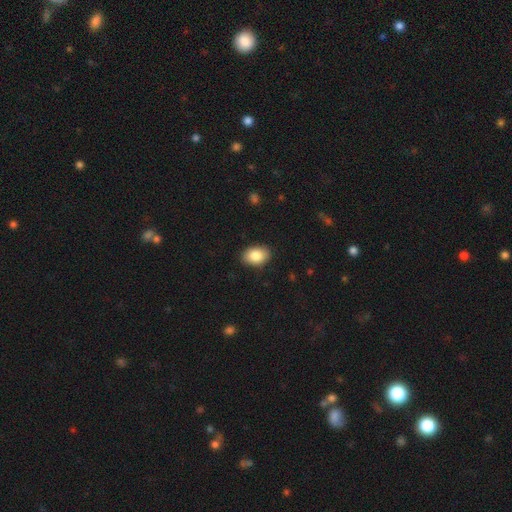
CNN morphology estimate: Smooth or featured: smooth — 86% (star or artifact — 7%)
How rounded: in between — 83% (round — 16%)
Merging: none — 87% (minor disturbance — 9%)